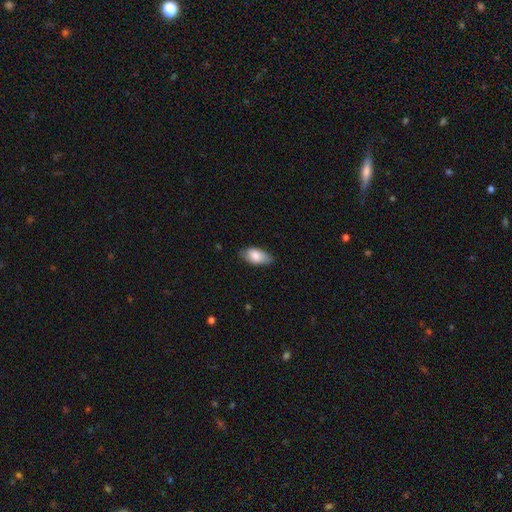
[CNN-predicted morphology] This appears to be a smooth galaxy with no disk features (82%) that is in between round and cigar-shaped (92%). Merging: none (76%).